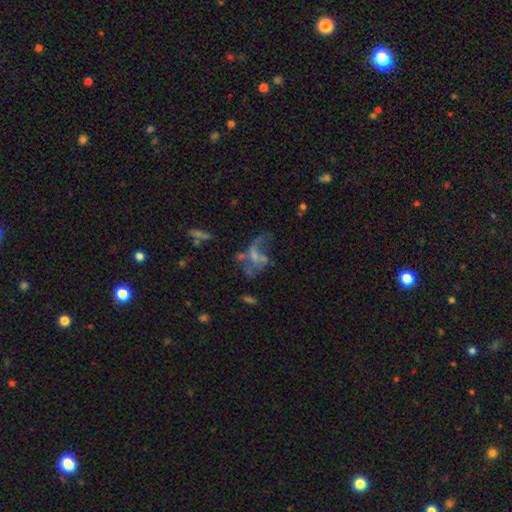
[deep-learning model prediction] This appears to be a featured or disk galaxy (62%) with no bar (70%), no spiral arms (70%) and no central bulge (53%). Merging: major disturbance (43%).